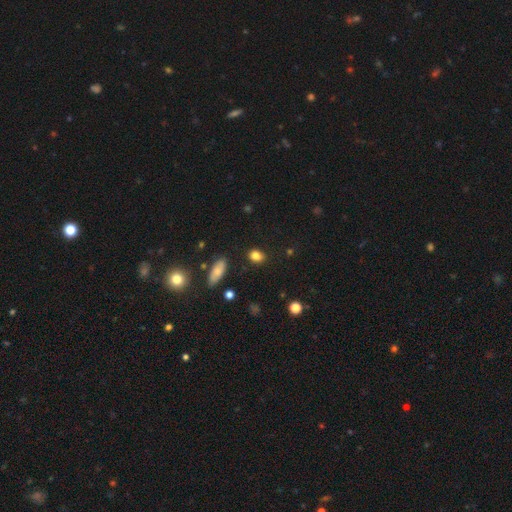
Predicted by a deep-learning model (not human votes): A smooth galaxy with no disk features (83%) that is in between round and cigar-shaped (62%).

Vote fractions:
- Smooth or featured? smooth: 83% / star or artifact: 11% / featured or disk: 6%
- How rounded? in between: 62% / round: 36% / cigar-shaped: 2%
- Merging? none: 84% / minor disturbance: 11% / major disturbance: 3% / merger: 2%